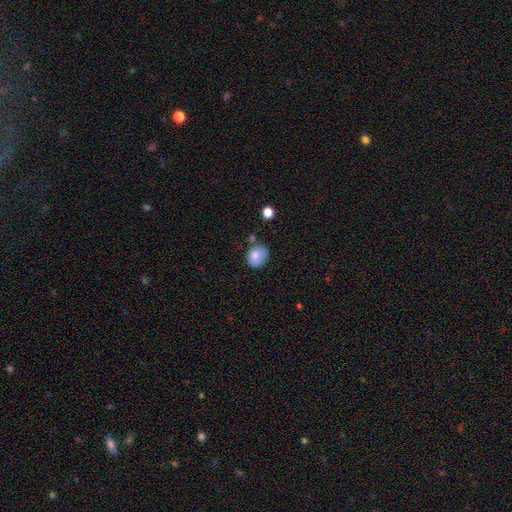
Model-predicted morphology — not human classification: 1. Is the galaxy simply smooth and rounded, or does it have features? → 80% smooth, 12% featured or disk, 8% star or artifact.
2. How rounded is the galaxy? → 62% round, 37% in between, 1% cigar-shaped.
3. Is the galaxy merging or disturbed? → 65% none, 22% minor disturbance, 7% merger, 5% major disturbance.